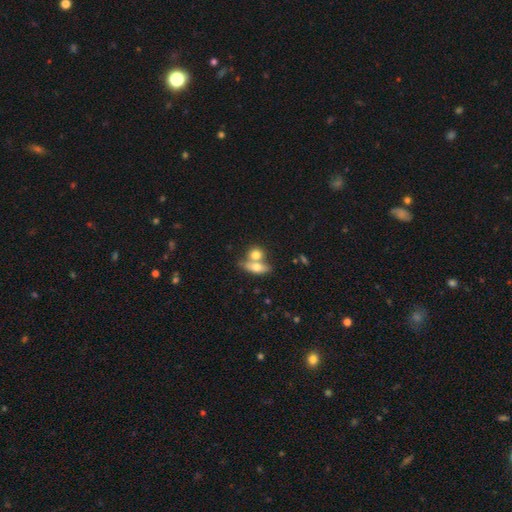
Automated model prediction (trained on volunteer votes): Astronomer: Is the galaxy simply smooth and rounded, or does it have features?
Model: smooth — 71%.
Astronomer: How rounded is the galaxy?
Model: in between — 51% (runner-up: round, 40%).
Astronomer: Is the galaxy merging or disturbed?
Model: merger — 55% (runner-up: none, 34%).